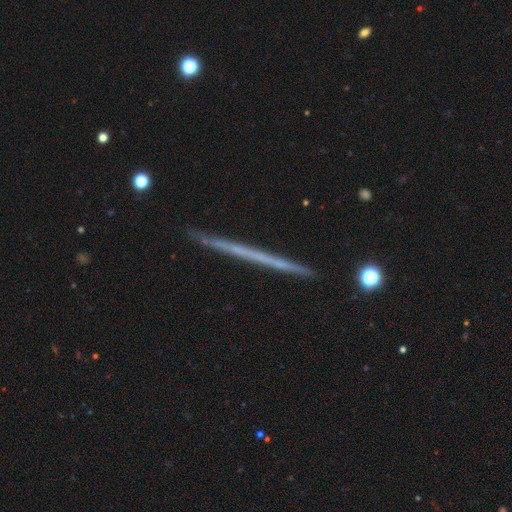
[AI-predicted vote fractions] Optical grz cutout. It shows a featured or disk galaxy (59%) viewed edge-on (98%) with no central bulge (94%). Merging: none (92%).